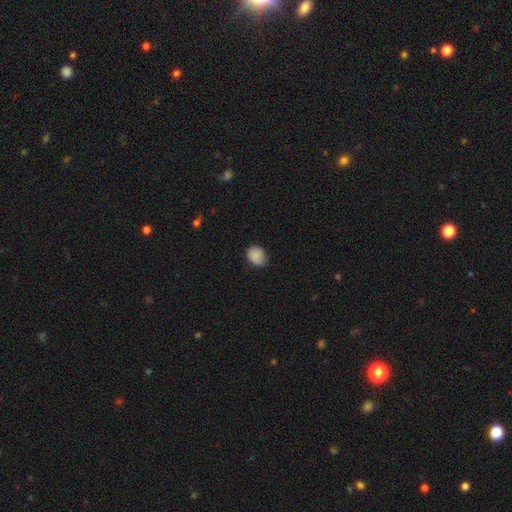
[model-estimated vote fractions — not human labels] Smooth or featured? Predicted: smooth (p=0.86). How rounded? Predicted: in between (p=0.50). Merging? Predicted: none (p=0.73).